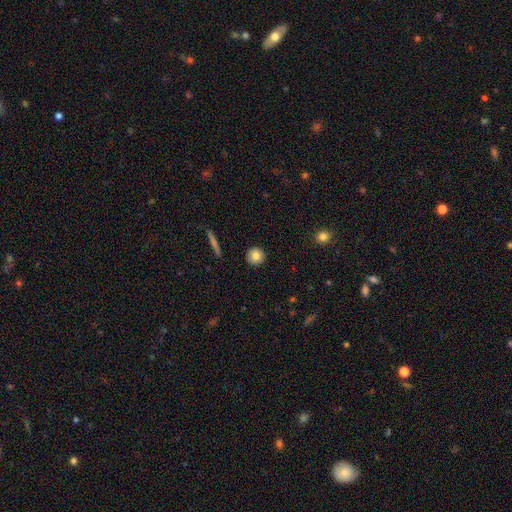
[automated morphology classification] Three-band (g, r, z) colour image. It shows a smooth galaxy with no disk features (81%) that is round (94%). Merging: none (92%).